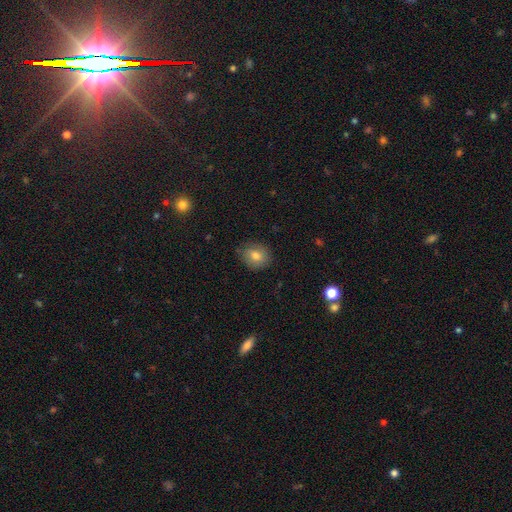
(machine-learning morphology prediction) Smooth or featured? smooth (79%)
How rounded? round (65%)
Merging? none (83%)